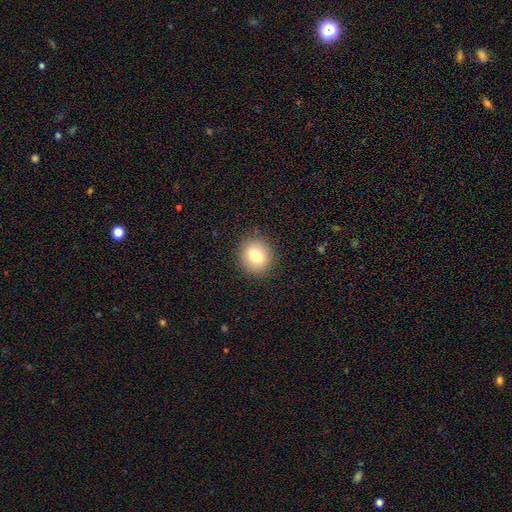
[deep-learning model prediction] A smooth galaxy with no disk features (78%) that is round (81%). Merging: none (89%).